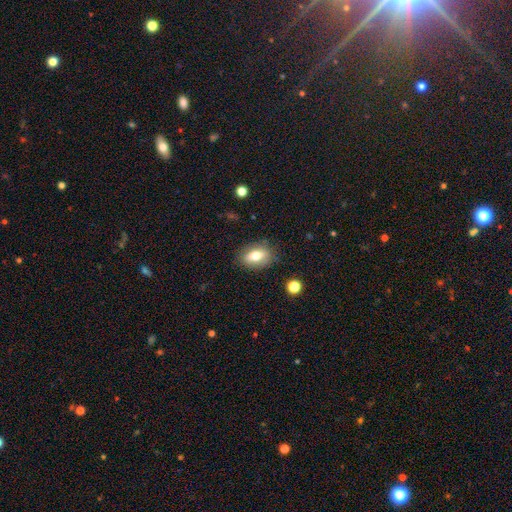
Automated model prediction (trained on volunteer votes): Smooth or featured? Predicted: smooth (p=0.68). How rounded? Predicted: in between (p=0.81). Merging? Predicted: none (p=0.82).